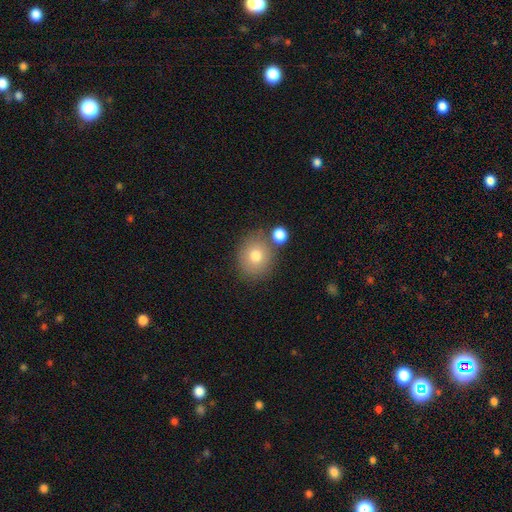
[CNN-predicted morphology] type=smooth (77%); roundness=round (74%); merging=none (71%).